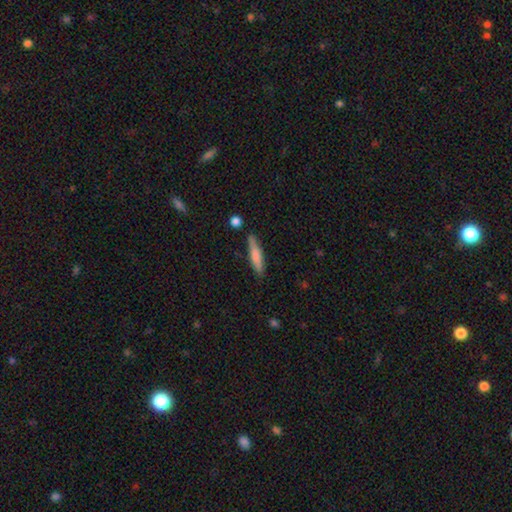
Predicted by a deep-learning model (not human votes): smooth 73%, featured or disk 21%, star or artifact 6%. Down the decision tree: how rounded — cigar-shaped (87%); merging — none (81%).